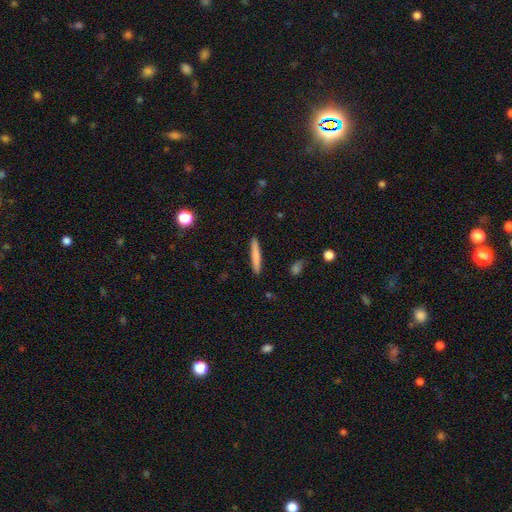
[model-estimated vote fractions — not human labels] Smooth or featured: smooth — 77% (featured or disk — 16%)
How rounded: cigar-shaped — 93% (in between — 5%)
Merging: none — 91% (minor disturbance — 6%)